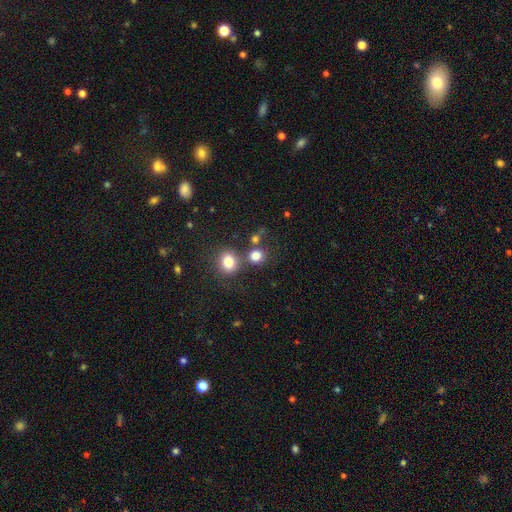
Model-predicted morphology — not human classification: Smooth or featured: smooth — 80% (star or artifact — 13%)
How rounded: round — 83% (in between — 16%)
Merging: none — 62% (merger — 24%)